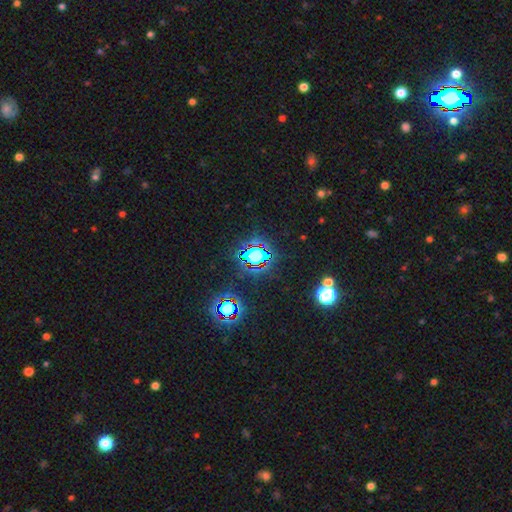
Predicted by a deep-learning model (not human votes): A star or artifact, not a galaxy (70%).